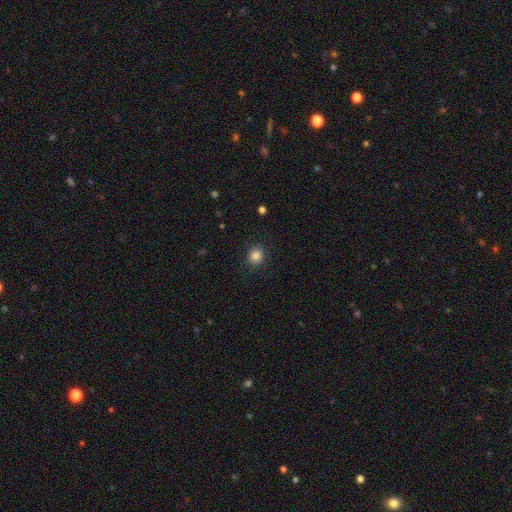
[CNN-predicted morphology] type=smooth (85%); roundness=round (85%); merging=none (88%).